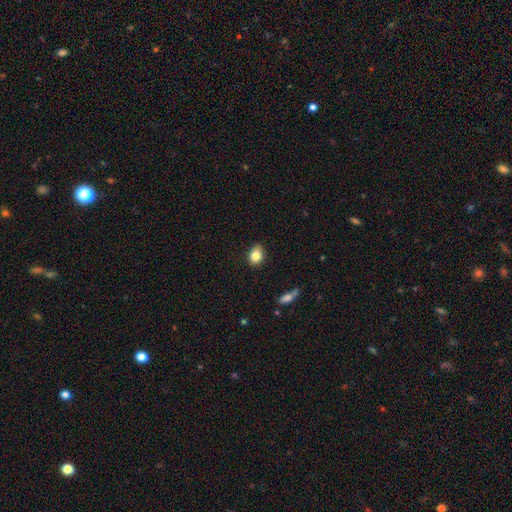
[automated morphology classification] The model was most divided on "how rounded": in between: 54%, round: 45%, cigar-shaped: 1%. More confident: smooth or featured — smooth (82%); merging — none (74%).